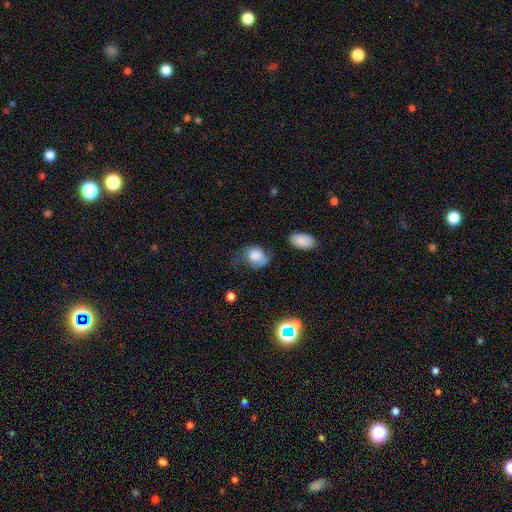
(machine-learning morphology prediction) This appears to be a smooth galaxy with no disk features (77%) that is in between round and cigar-shaped (56%). Merging: minor disturbance (33%).